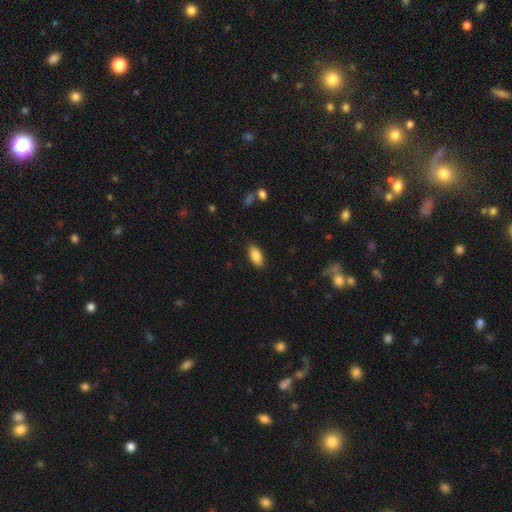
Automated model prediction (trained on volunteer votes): The model was most divided on "merging": none: 87%, minor disturbance: 10%, major disturbance: 2%, merger: 1%. More confident: how rounded — in between (92%); smooth or featured — smooth (86%).